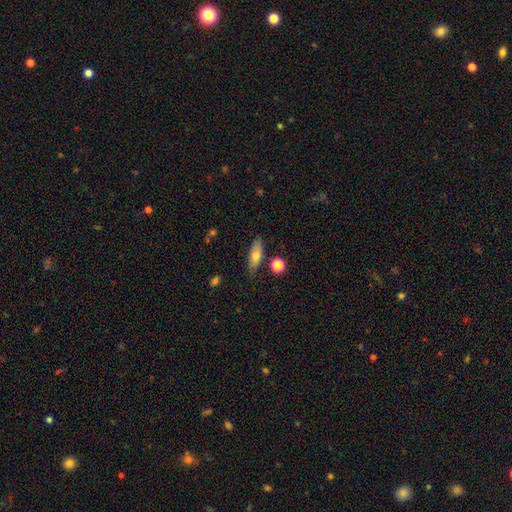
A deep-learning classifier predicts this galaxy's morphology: Smooth or featured? Predicted: smooth (p=0.70). How rounded? Predicted: in between (p=0.53). Merging? Predicted: none (p=0.79).